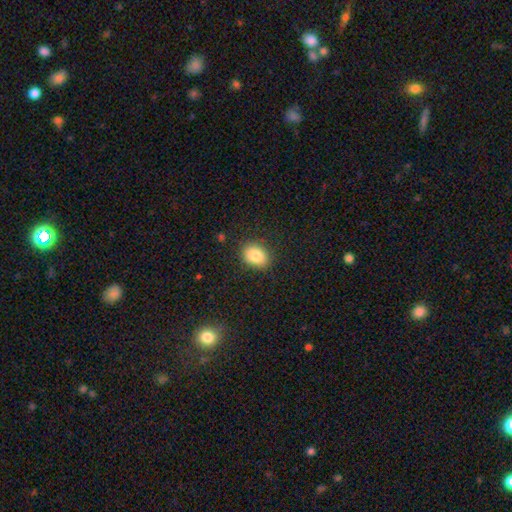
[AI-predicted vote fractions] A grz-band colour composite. It shows a smooth galaxy with no disk features (84%) that is in between round and cigar-shaped (59%). Merging: none (85%).